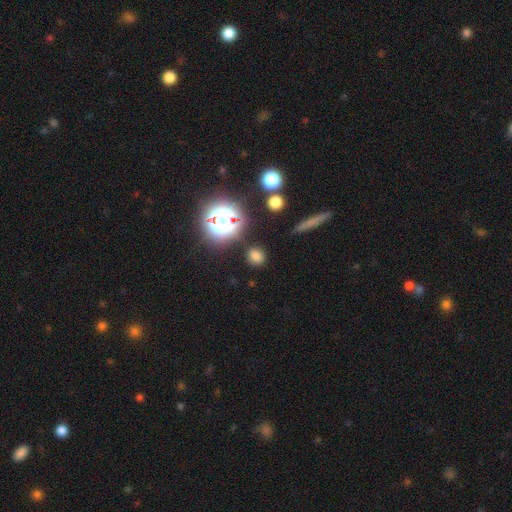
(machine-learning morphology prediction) This is likely a smooth galaxy (73%). How rounded: clearly round (82%). Merging: clearly none (85%).